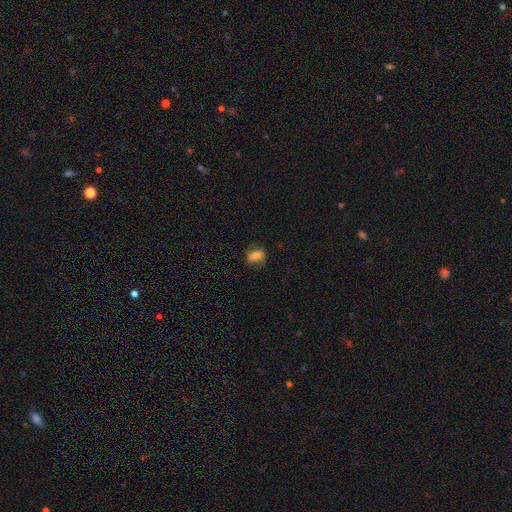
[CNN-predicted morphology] type=smooth (64%); roundness=in between (70%); merging=none (70%).